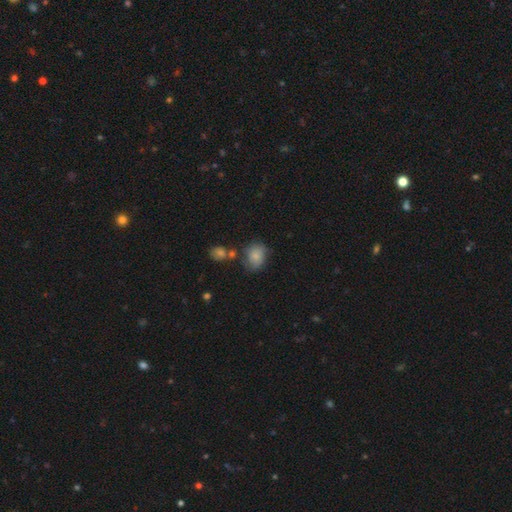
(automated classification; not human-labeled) This is clearly a smooth galaxy (80%). How rounded: possibly in between (54%). Merging: possibly none (57%).